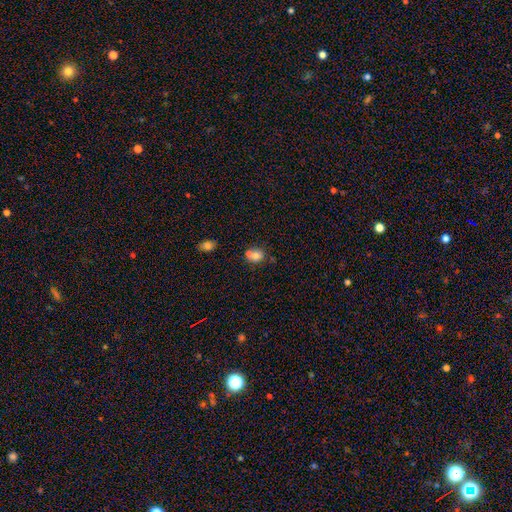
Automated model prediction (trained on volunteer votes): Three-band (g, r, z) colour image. It shows a smooth galaxy with no disk features (73%) that is round (66%). Merging: merger (43%).